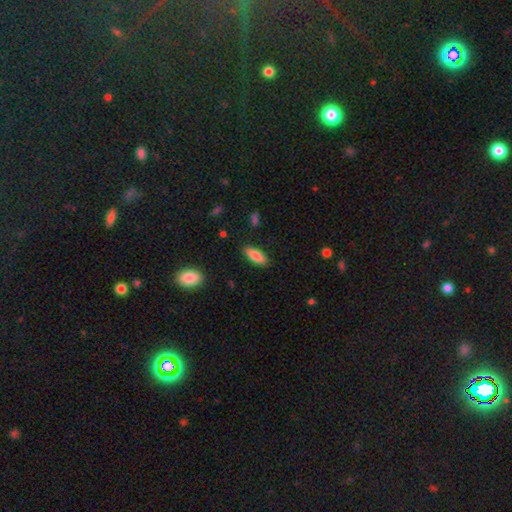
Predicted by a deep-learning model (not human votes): The model was most divided on "how rounded": in between: 74%, cigar-shaped: 24%, round: 2%. More confident: merging — none (87%); smooth or featured — smooth (86%).